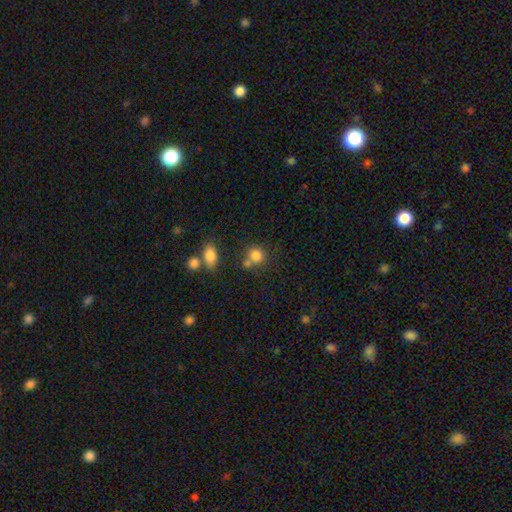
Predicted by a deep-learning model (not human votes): Q: Smooth or featured?
A: smooth (82%); runner-up: star or artifact (11%)
Q: How rounded?
A: round (81%); runner-up: in between (18%)
Q: Merging?
A: none (55%); runner-up: merger (27%)